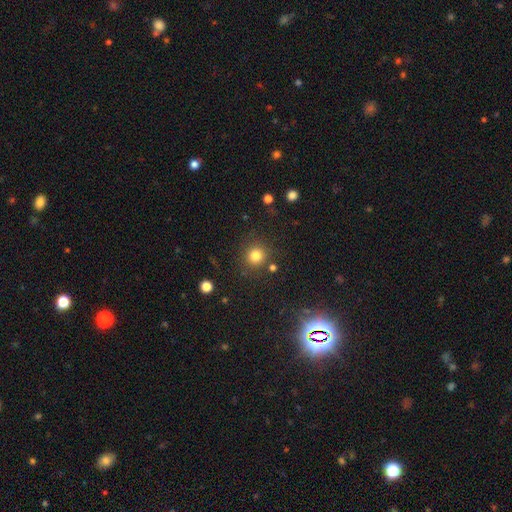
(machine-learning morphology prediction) smooth_or_featured: smooth (p=0.81) [alt: star or artifact p=0.14]
how_rounded: round (p=0.91) [alt: in between p=0.08]
merging: none (p=0.85) [alt: minor disturbance p=0.08]